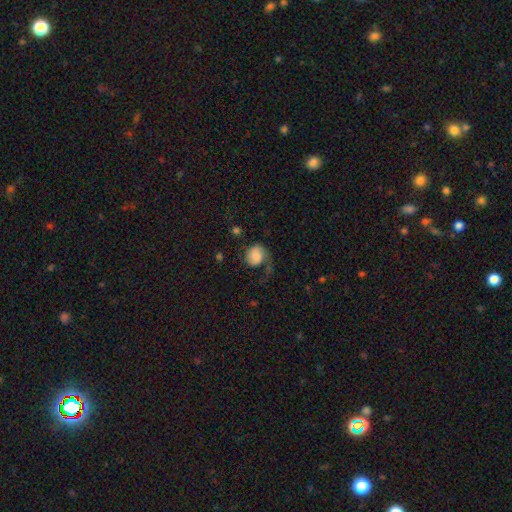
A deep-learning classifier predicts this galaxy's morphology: A smooth galaxy with no disk features (65%) that is round (67%). Merging: major disturbance (40%).